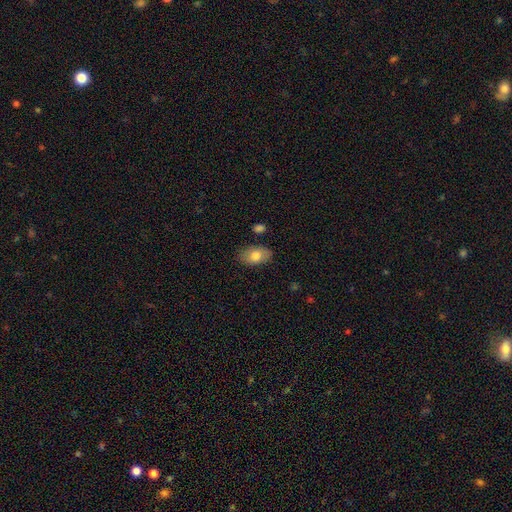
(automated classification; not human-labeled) A smooth galaxy with no disk features (78%) that is in between round and cigar-shaped (91%).

Vote fractions:
- Smooth or featured? smooth: 78% / featured or disk: 15% / star or artifact: 7%
- How rounded? in between: 91% / round: 7% / cigar-shaped: 2%
- Merging? none: 82% / minor disturbance: 13% / major disturbance: 3% / merger: 2%